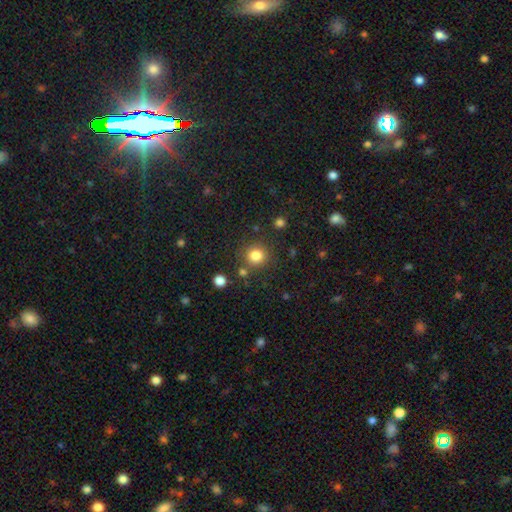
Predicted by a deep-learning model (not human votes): The model was most divided on "smooth or featured": smooth: 82%, star or artifact: 13%, featured or disk: 5%. More confident: how rounded — round (90%); merging — none (83%).